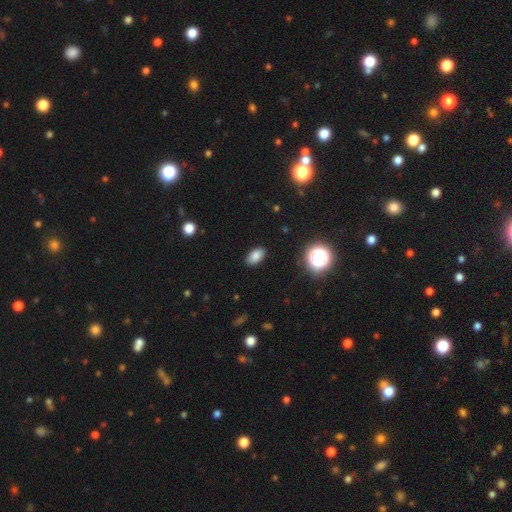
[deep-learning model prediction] The model was most divided on "smooth or featured": smooth: 82%, star or artifact: 12%, featured or disk: 6%. More confident: how rounded — in between (91%); merging — none (89%).